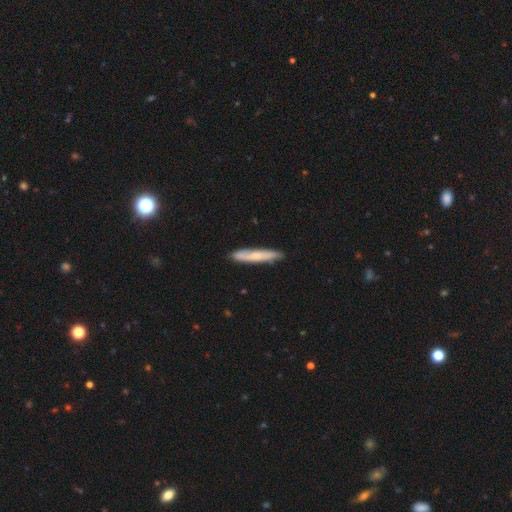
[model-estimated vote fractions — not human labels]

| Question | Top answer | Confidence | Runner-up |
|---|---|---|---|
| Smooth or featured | smooth | 59% | featured or disk (36%) |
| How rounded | cigar-shaped | 93% | in between (6%) |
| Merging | none | 87% | minor disturbance (10%) |